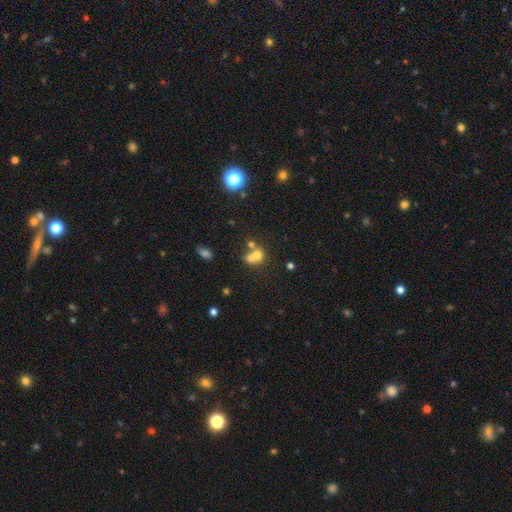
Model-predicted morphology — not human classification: A smooth galaxy with no disk features (62%) that is round (72%).

Vote fractions:
- Smooth or featured? smooth: 62% / featured or disk: 21% / star or artifact: 17%
- How rounded? round: 72% / in between: 26% / cigar-shaped: 1%
- Merging? merger: 59% / none: 31% / minor disturbance: 7% / major disturbance: 4%